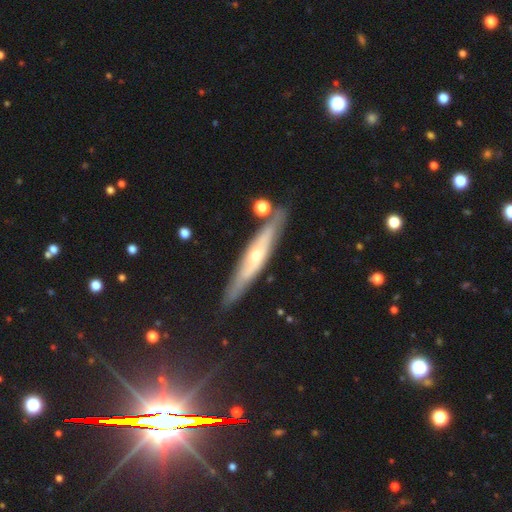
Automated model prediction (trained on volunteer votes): Smooth or featured?
  - featured or disk: 67% *
  - smooth: 21%
  - star or artifact: 12%
Edge-on disk?
  - yes: 80% *
  - no: 20%
Edge-on bulge?
  - rounded: 73% *
  - none: 23%
  - boxy: 4%
Merging?
  - none: 81% *
  - minor disturbance: 13%
  - merger: 4%
  - major disturbance: 3%